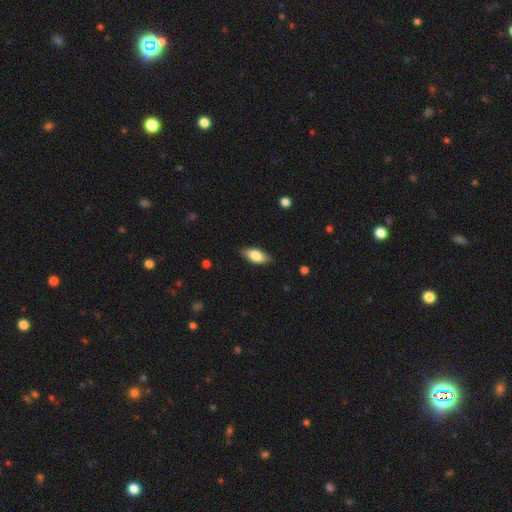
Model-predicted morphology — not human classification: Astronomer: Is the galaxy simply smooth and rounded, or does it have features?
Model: smooth — 78%.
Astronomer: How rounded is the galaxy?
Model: in between — 87%.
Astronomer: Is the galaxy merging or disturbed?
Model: none — 86%.